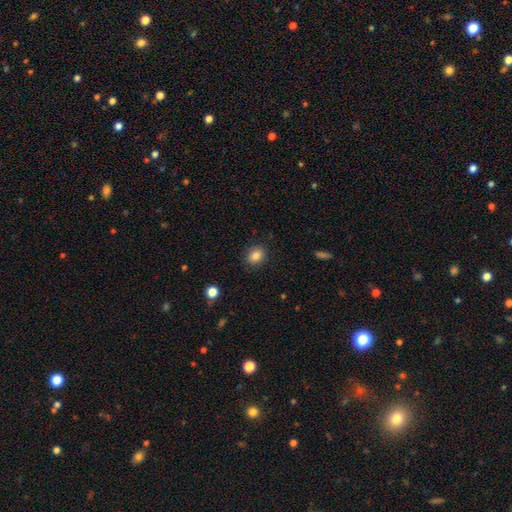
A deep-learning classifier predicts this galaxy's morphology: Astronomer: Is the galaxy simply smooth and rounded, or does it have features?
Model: smooth — 84%.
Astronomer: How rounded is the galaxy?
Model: round — 56% (runner-up: in between, 43%).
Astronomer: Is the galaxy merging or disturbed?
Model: none — 88%.